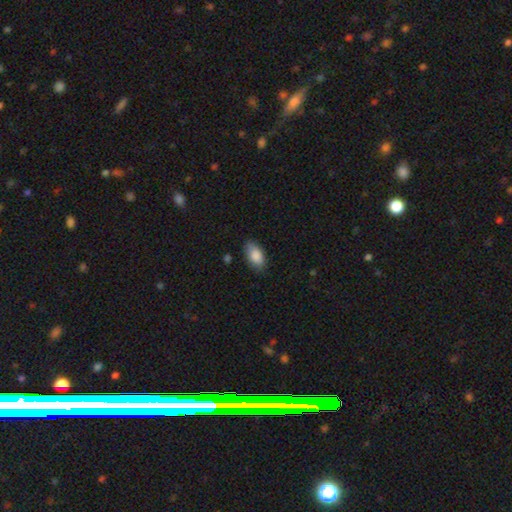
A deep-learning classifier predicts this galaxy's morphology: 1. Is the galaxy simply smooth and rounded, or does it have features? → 88% smooth, 6% star or artifact, 6% featured or disk.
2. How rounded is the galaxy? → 93% in between, 4% round, 3% cigar-shaped.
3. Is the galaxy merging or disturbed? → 80% none, 15% minor disturbance, 3% major disturbance, 1% merger.